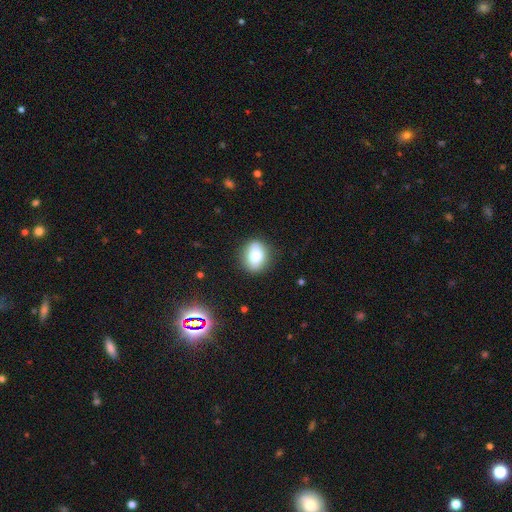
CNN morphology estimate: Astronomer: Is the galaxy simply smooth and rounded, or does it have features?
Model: smooth — 77%.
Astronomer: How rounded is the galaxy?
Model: in between — 52% (runner-up: round, 46%).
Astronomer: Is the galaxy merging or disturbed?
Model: none — 83%.